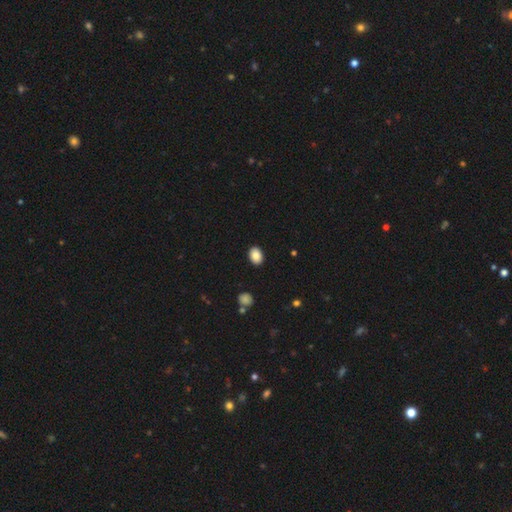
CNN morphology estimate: Q: Smooth or featured?
A: smooth (86%); runner-up: star or artifact (8%)
Q: How rounded?
A: in between (74%); runner-up: round (25%)
Q: Merging?
A: none (90%); runner-up: minor disturbance (7%)